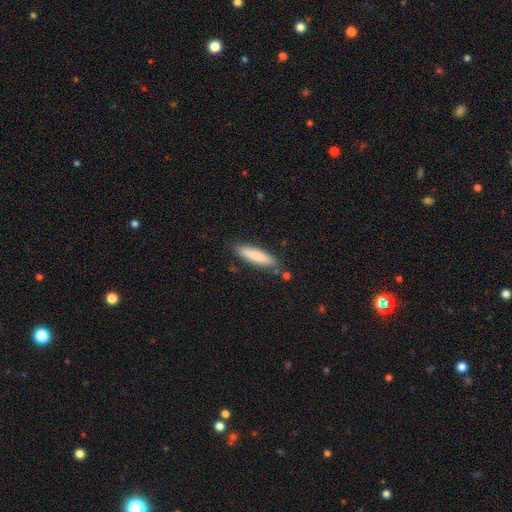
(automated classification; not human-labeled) A smooth galaxy with no disk features (84%) that is cigar-shaped (75%).

Vote fractions:
- Smooth or featured? smooth: 84% / featured or disk: 10% / star or artifact: 6%
- How rounded? cigar-shaped: 75% / in between: 23% / round: 1%
- Merging? none: 82% / minor disturbance: 12% / merger: 3% / major disturbance: 2%